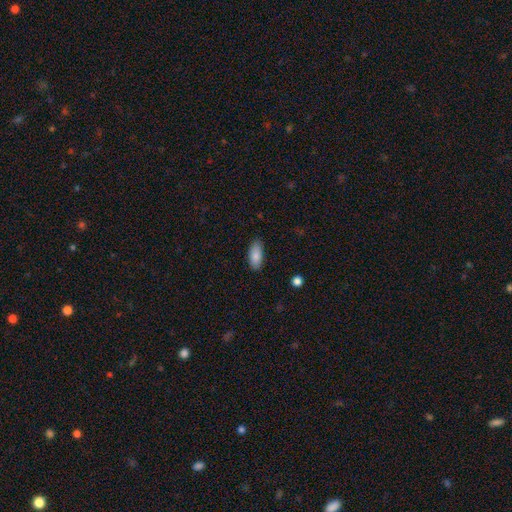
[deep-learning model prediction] Smooth or featured? smooth (86%)
How rounded? in between (89%)
Merging? none (84%)